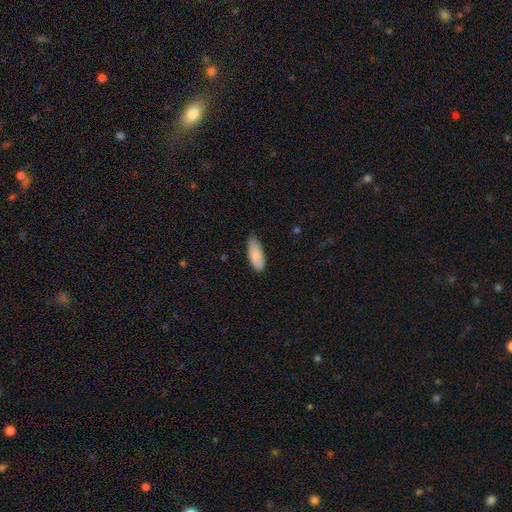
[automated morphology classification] smooth 85%, featured or disk 9%, star or artifact 6%. Down the decision tree: how rounded — in between (81%); merging — none (69%).